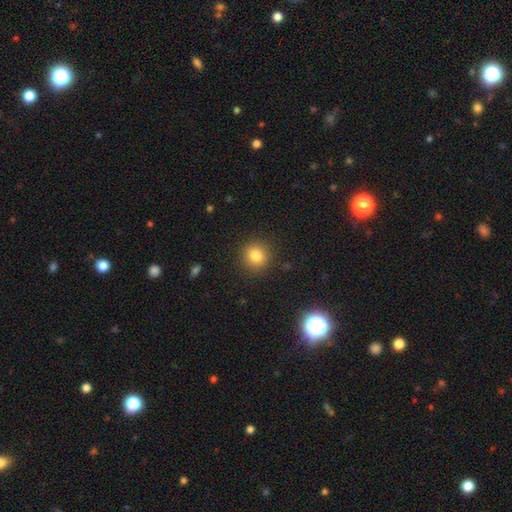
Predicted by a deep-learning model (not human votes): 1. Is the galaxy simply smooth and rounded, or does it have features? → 81% smooth, 12% star or artifact, 7% featured or disk.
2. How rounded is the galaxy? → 91% round, 8% in between, 1% cigar-shaped.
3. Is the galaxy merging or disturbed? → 90% none, 7% minor disturbance, 2% major disturbance, 1% merger.